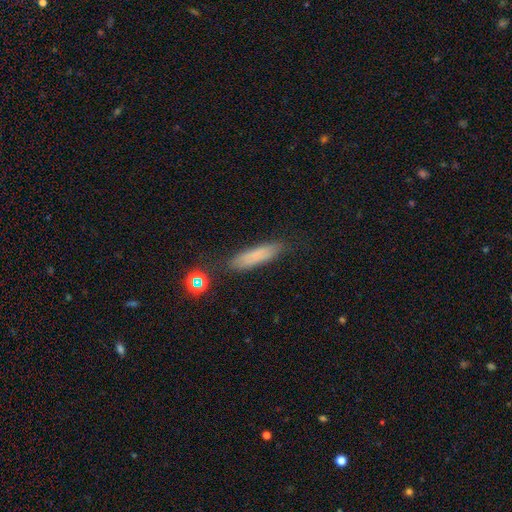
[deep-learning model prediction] Smooth or featured: smooth — 74% (featured or disk — 15%)
How rounded: cigar-shaped — 74% (in between — 24%)
Merging: none — 78% (minor disturbance — 15%)